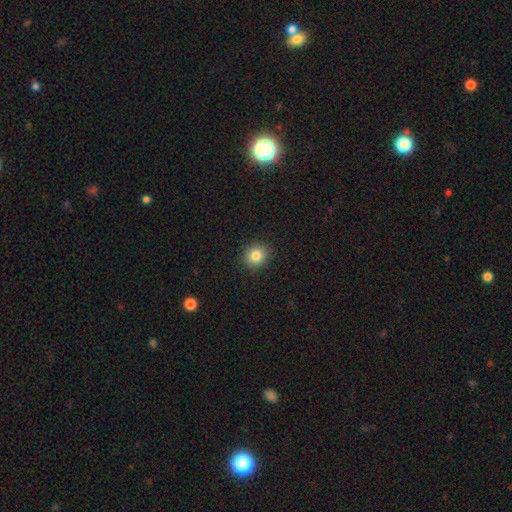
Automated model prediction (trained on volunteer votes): This is clearly a smooth galaxy (83%). How rounded: clearly round (85%). Merging: clearly none (91%).